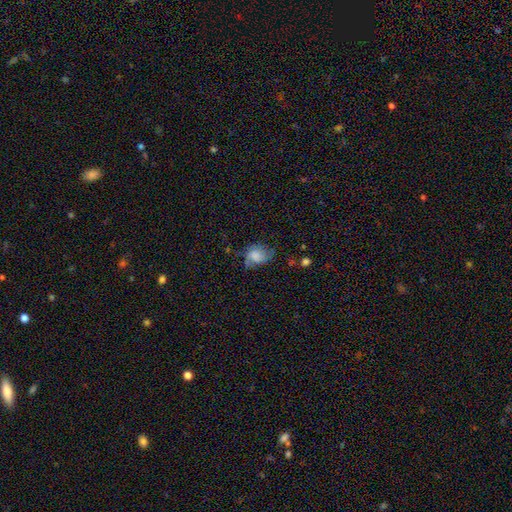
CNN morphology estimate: Overall: smooth (50%; featured or disk 40%). Merging: none (47%; minor disturbance 30%).